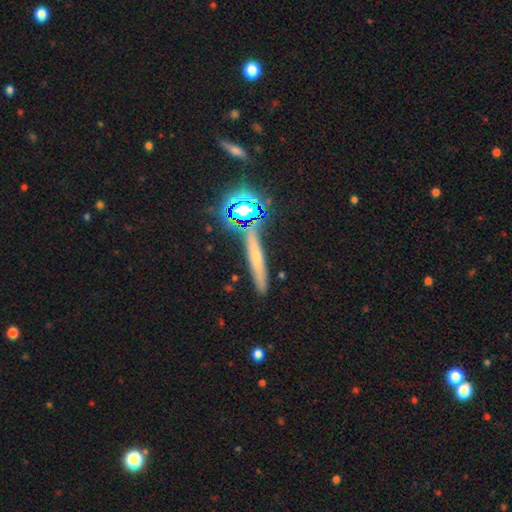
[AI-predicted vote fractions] Smooth or featured?
  - featured or disk: 44% *
  - star or artifact: 29%
  - smooth: 27%
Merging?
  - none: 81% *
  - minor disturbance: 9%
  - merger: 7%
  - major disturbance: 3%